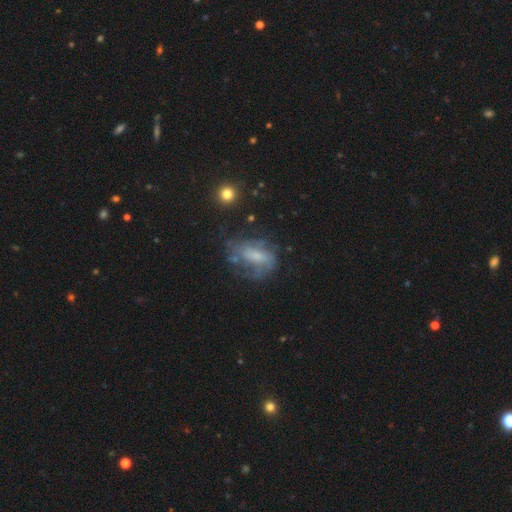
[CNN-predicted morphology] featured or disk 64%, smooth 26%, star or artifact 10%. Down the decision tree: edge-on disk — no (94%); bar — weak (42%); spiral arms — yes (74%); bulge size — small (50%); merging — none (47%).